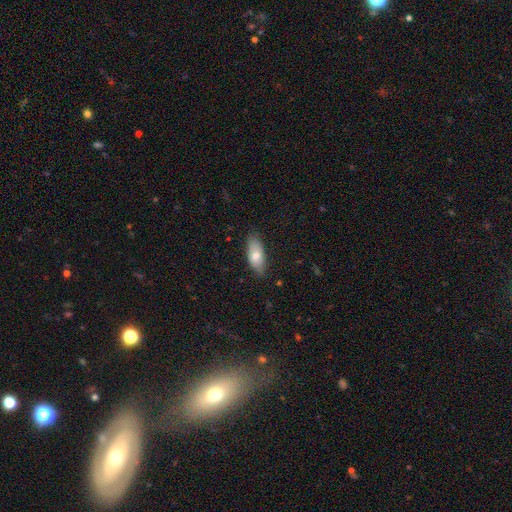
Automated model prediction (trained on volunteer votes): smooth-or-featured: smooth: 72% | featured or disk: 21% | star or artifact: 7%
  how-rounded: in between: 82% | cigar-shaped: 15% | round: 3%
  merging: none: 77% | minor disturbance: 18% | major disturbance: 3% | merger: 1%